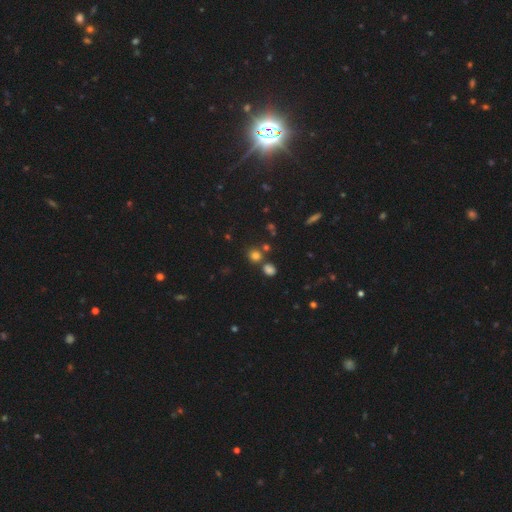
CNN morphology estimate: smooth 74%, star or artifact 19%, featured or disk 6%. Down the decision tree: how rounded — round (83%); merging — none (71%).